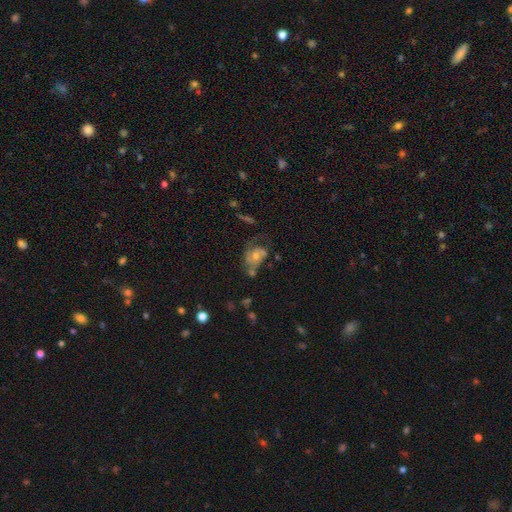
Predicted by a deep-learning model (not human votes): featured or disk 62%, smooth 25%, star or artifact 13%. Down the decision tree: edge-on disk — no (96%); bar — no (74%); spiral arms — yes (73%); bulge size — moderate (56%); merging — none (39%).